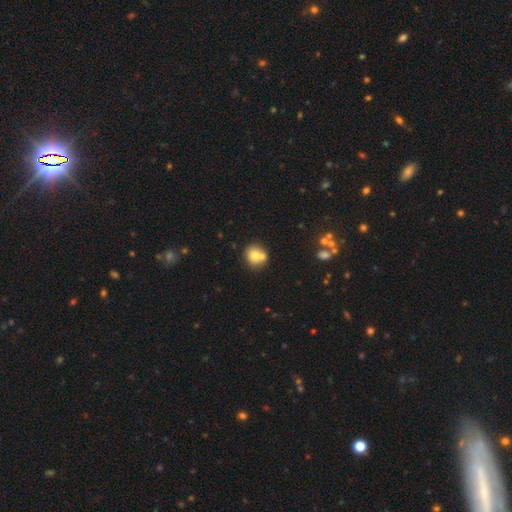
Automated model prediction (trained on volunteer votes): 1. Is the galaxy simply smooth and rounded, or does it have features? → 73% smooth, 17% featured or disk, 11% star or artifact.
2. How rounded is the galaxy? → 83% round, 16% in between, 1% cigar-shaped.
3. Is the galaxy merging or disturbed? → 54% none, 33% merger, 10% minor disturbance, 3% major disturbance.